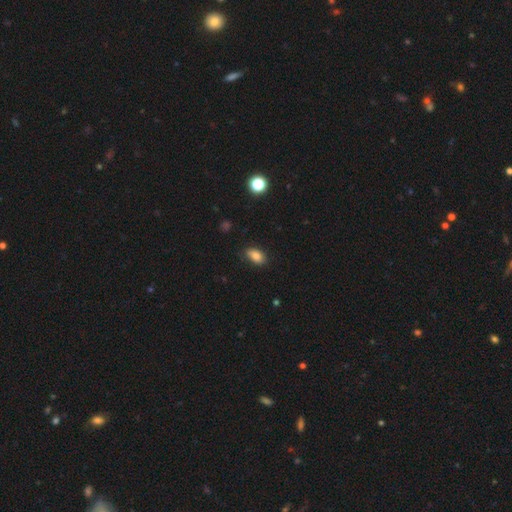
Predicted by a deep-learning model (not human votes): Smooth or featured? smooth (84%)
How rounded? in between (90%)
Merging? none (78%)